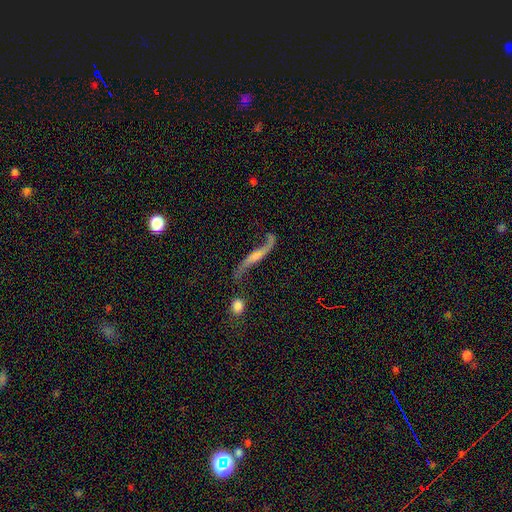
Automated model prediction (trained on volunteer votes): featured or disk 78%, smooth 15%, star or artifact 7%. Down the decision tree: edge-on disk — no (66%); bar — no (50%); spiral arms — yes (89%); bulge size — small (46%); merging — none (47%).